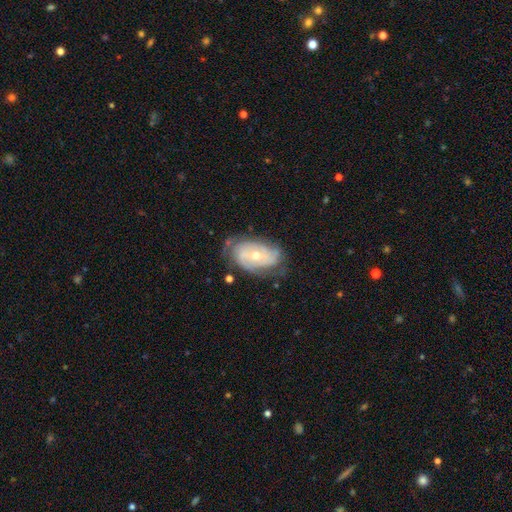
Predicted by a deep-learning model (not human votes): A featured or disk galaxy (78%) with no bar (66%), tight (62%) spiral arms (90%) and a moderate central bulge (53%). Merging: none (66%).